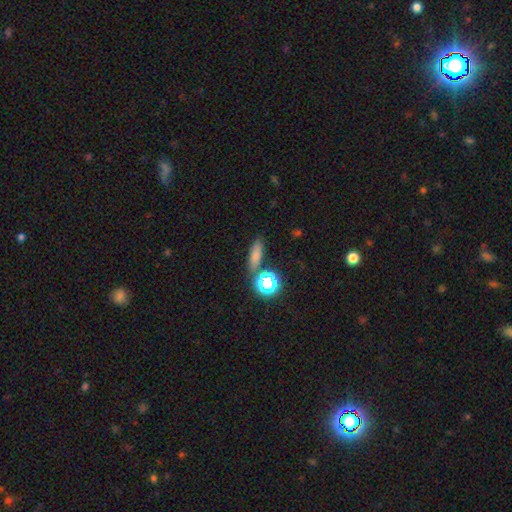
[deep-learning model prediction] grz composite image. It shows a smooth galaxy with no disk features (68%) that is in between round and cigar-shaped (46%). Merging: none (77%).